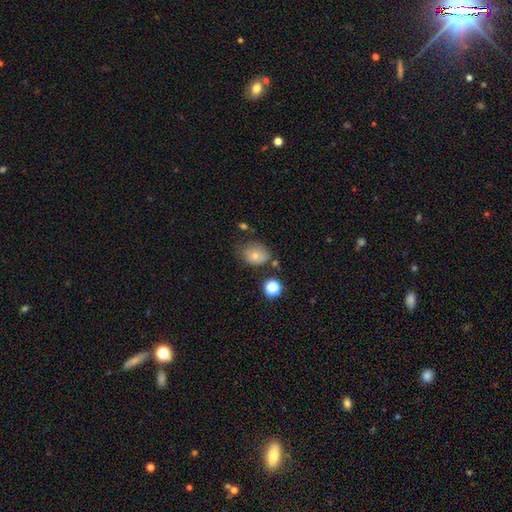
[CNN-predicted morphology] This is likely a smooth galaxy (69%). How rounded: possibly round (50%, tied with in between). Merging: possibly none (57%).